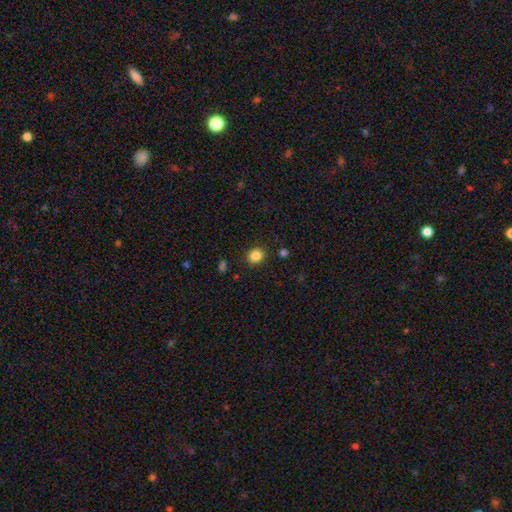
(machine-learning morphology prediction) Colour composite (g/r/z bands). It shows a smooth galaxy with no disk features (85%) that is round (72%). Merging: none (89%).